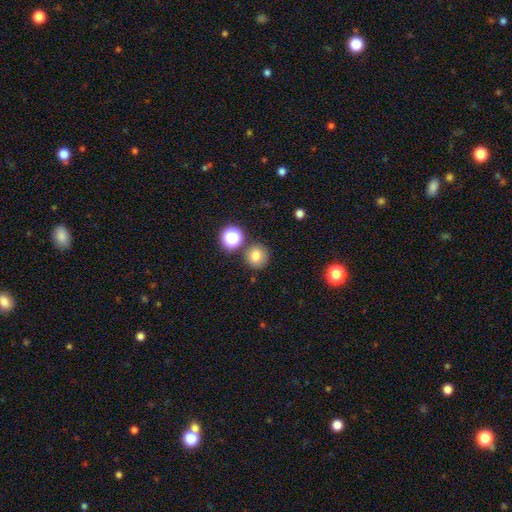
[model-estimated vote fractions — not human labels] The model was most divided on "smooth or featured": smooth: 77%, star or artifact: 14%, featured or disk: 8%. More confident: how rounded — round (86%); merging — none (79%).